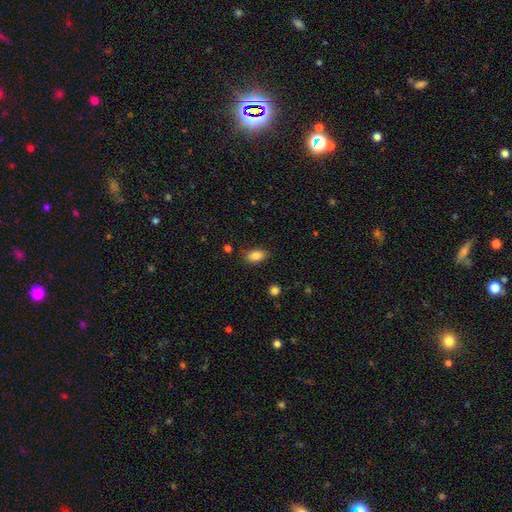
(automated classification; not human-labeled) This is clearly a smooth galaxy (86%). How rounded: clearly in between (89%). Merging: clearly none (83%).